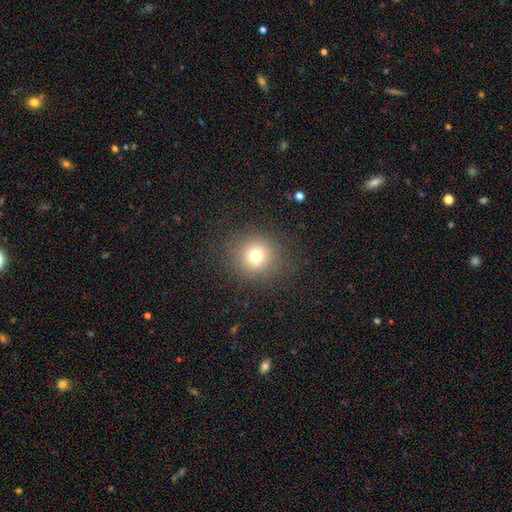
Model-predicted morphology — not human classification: smooth-or-featured: smooth: 73% | star or artifact: 16% | featured or disk: 11%
  how-rounded: round: 91% | in between: 8% | cigar-shaped: 1%
  merging: none: 87% | minor disturbance: 7% | major disturbance: 4% | merger: 1%